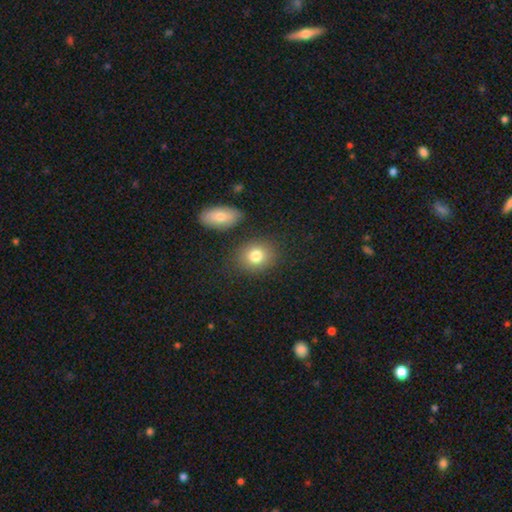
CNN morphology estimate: type=smooth (81%); roundness=round (58%); merging=none (80%).